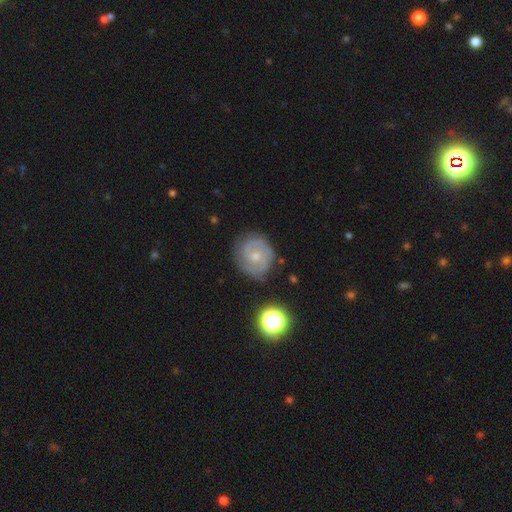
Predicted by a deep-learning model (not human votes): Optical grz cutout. It shows a featured or disk galaxy (81%) with no bar (66%), 2 (75%) tight (59%) spiral arms (95%) and a small central bulge (57%). Merging: none (79%).